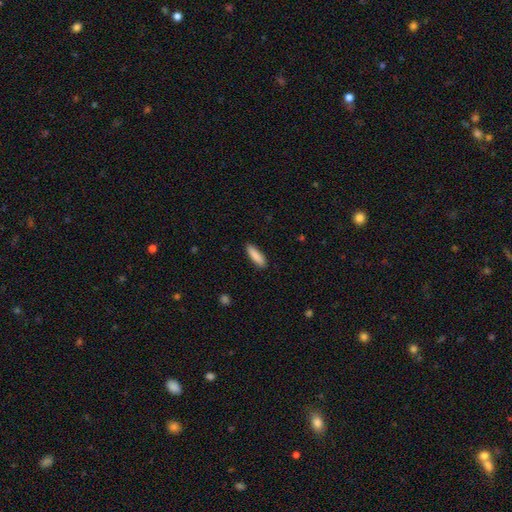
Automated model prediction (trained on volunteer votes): Morphology: type=smooth (88%); roundness=cigar-shaped (63%); merging=none (89%).